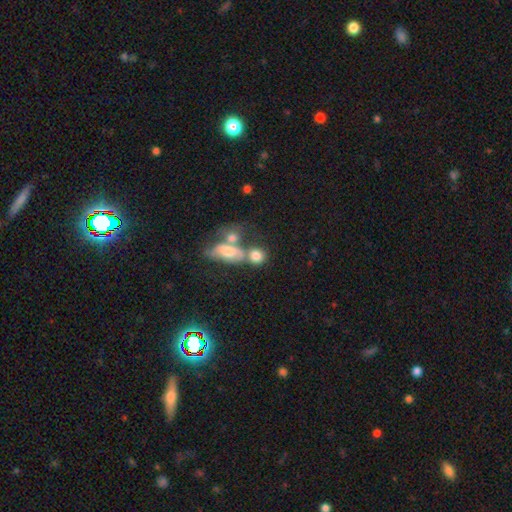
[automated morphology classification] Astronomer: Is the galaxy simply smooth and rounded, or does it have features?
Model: smooth — 74%.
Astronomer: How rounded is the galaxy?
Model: round — 62%.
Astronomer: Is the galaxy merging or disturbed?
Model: merger — 43% (runner-up: none, 36%).